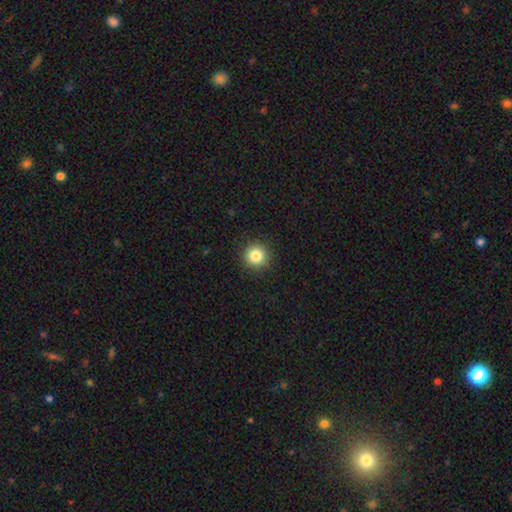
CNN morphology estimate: smooth 84%, star or artifact 11%, featured or disk 5%. Down the decision tree: how rounded — round (95%); merging — none (92%).